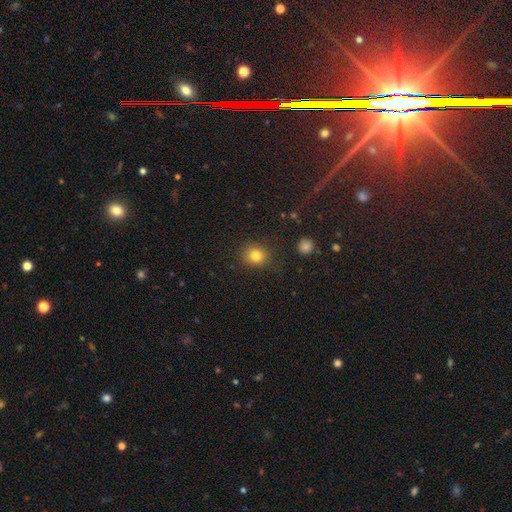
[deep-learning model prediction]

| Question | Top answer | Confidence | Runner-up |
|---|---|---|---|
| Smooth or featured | smooth | 81% | star or artifact (12%) |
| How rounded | round | 78% | in between (21%) |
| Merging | none | 86% | minor disturbance (9%) |